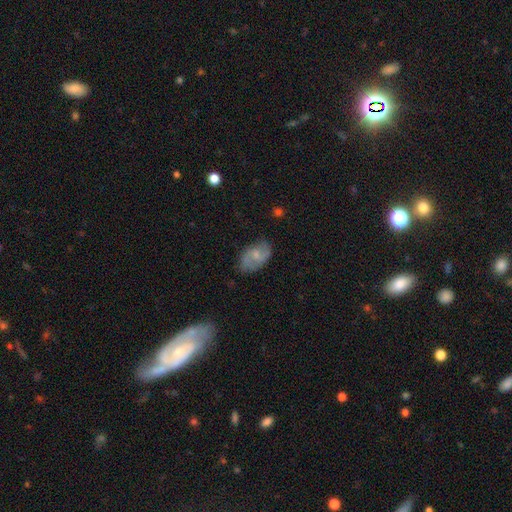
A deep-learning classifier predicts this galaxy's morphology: Smooth or featured? Predicted: featured or disk (p=0.49). Merging? Predicted: none (p=0.72).